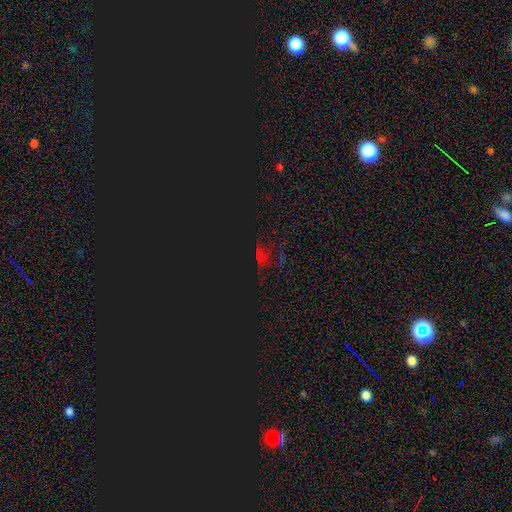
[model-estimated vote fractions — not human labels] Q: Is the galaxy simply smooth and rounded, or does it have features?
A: star or artifact — 82%.